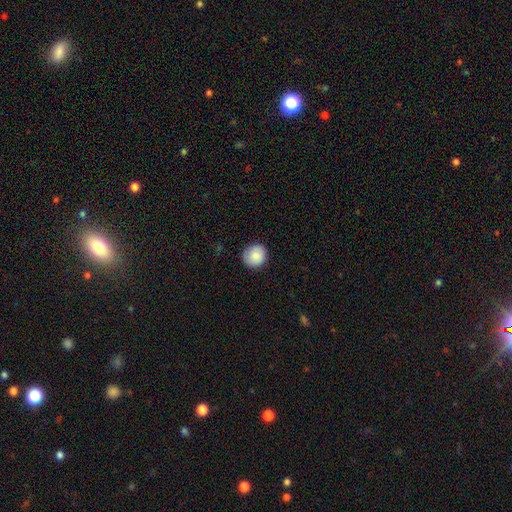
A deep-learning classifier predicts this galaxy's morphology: A smooth galaxy with no disk features (86%) that is round (86%).

Vote fractions:
- Smooth or featured? smooth: 86% / star or artifact: 7% / featured or disk: 7%
- How rounded? round: 86% / in between: 13% / cigar-shaped: 1%
- Merging? none: 88% / minor disturbance: 9% / major disturbance: 2% / merger: 1%